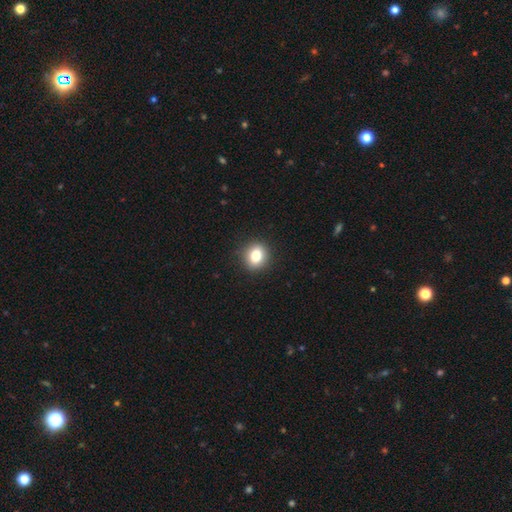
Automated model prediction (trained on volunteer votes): A smooth galaxy with no disk features (81%) that is round (71%).

Vote fractions:
- Smooth or featured? smooth: 81% / star or artifact: 11% / featured or disk: 8%
- How rounded? round: 71% / in between: 28% / cigar-shaped: 1%
- Merging? none: 91% / minor disturbance: 7% / major disturbance: 2% / merger: 1%